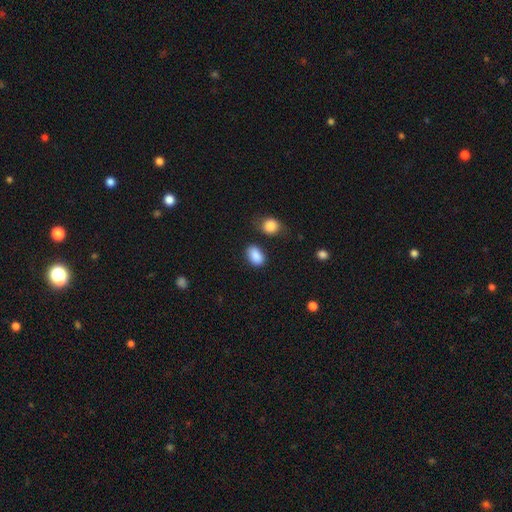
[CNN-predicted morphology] smooth 87%, star or artifact 8%, featured or disk 5%. Down the decision tree: how rounded — in between (83%); merging — none (76%).